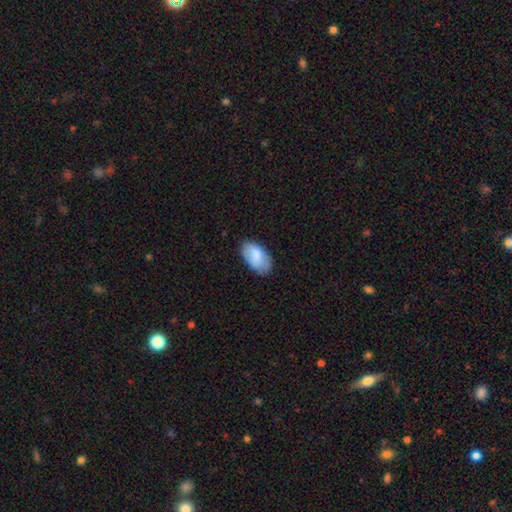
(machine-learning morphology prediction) This is clearly a smooth galaxy (82%). How rounded: clearly in between (95%). Merging: likely none (71%).